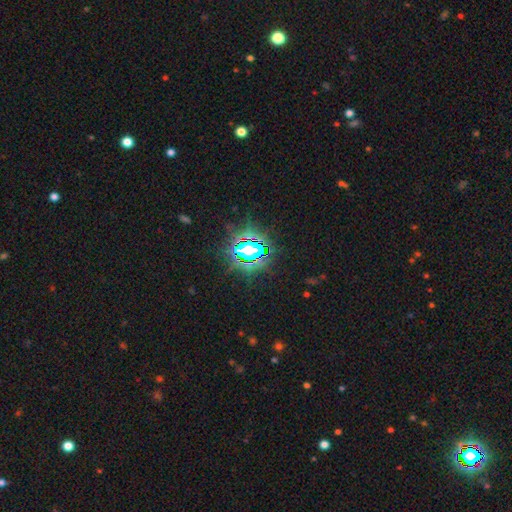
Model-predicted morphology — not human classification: type=star or artifact (76%).